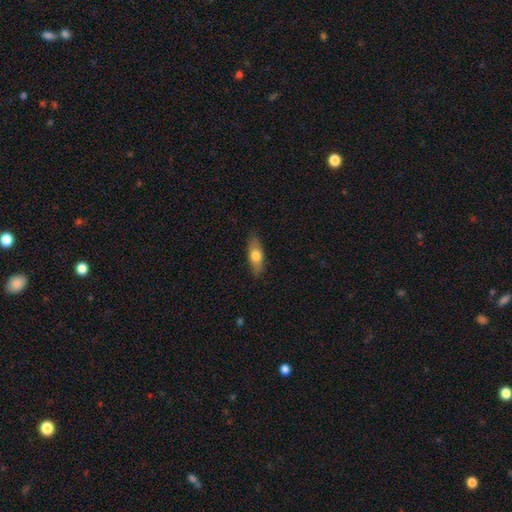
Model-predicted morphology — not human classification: Q: Smooth or featured?
A: smooth (69%); runner-up: featured or disk (25%)
Q: How rounded?
A: in between (68%); runner-up: cigar-shaped (28%)
Q: Merging?
A: none (85%); runner-up: minor disturbance (12%)